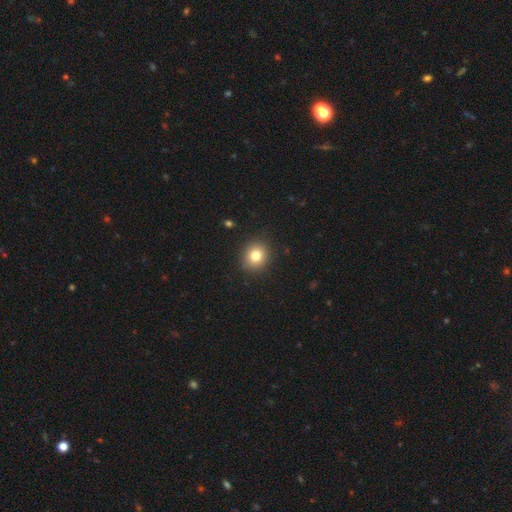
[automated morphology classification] Smooth or featured: smooth — 81% (star or artifact — 11%)
How rounded: round — 82% (in between — 17%)
Merging: none — 91% (minor disturbance — 6%)